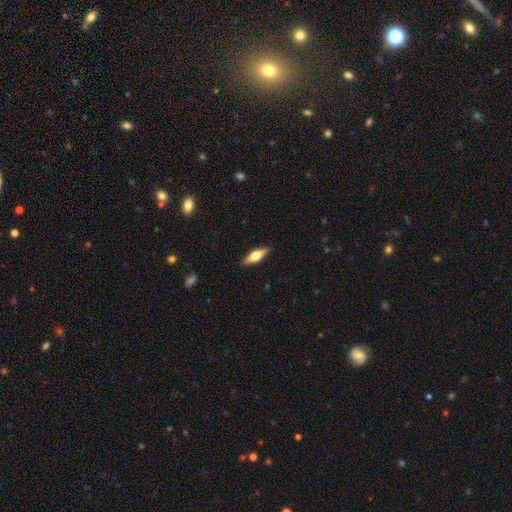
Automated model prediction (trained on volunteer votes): A smooth galaxy with no disk features (51%) that is in between round and cigar-shaped (50%). Merging: none (89%).